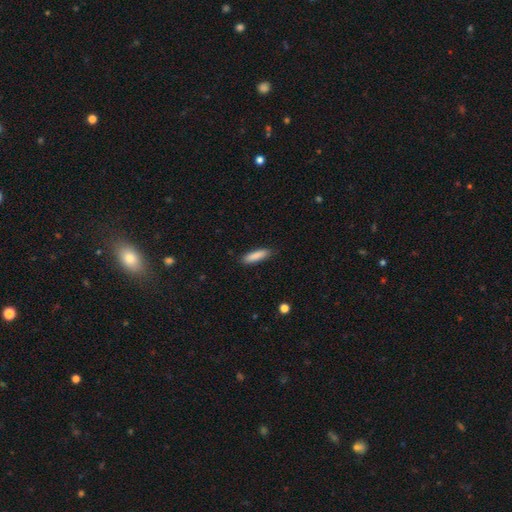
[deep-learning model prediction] smooth-or-featured: smooth: 87% | featured or disk: 7% | star or artifact: 6%
  how-rounded: cigar-shaped: 70% | in between: 29% | round: 1%
  merging: none: 86% | minor disturbance: 10% | major disturbance: 2% | merger: 1%